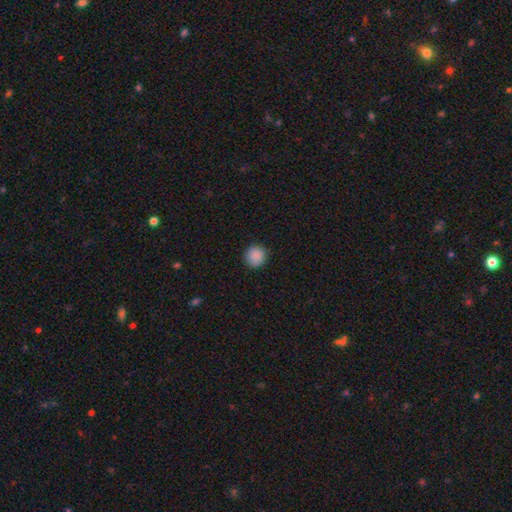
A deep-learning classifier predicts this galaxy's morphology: smooth 88%, star or artifact 9%, featured or disk 3%. Down the decision tree: how rounded — round (92%); merging — none (90%).